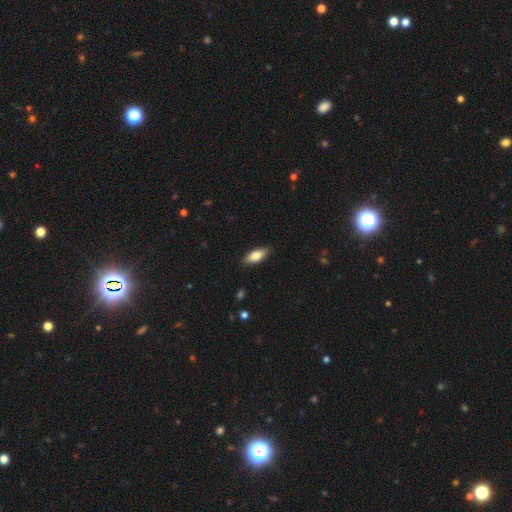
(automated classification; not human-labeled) smooth 77%, featured or disk 16%, star or artifact 6%. Down the decision tree: how rounded — in between (75%); merging — none (86%).